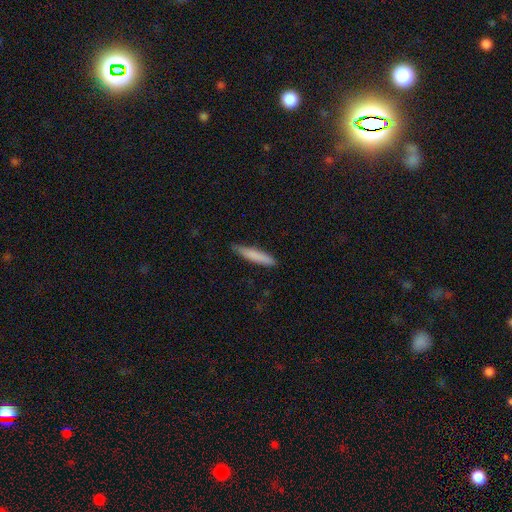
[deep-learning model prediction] A smooth galaxy with no disk features (81%) that is cigar-shaped (90%). Merging: none (80%).